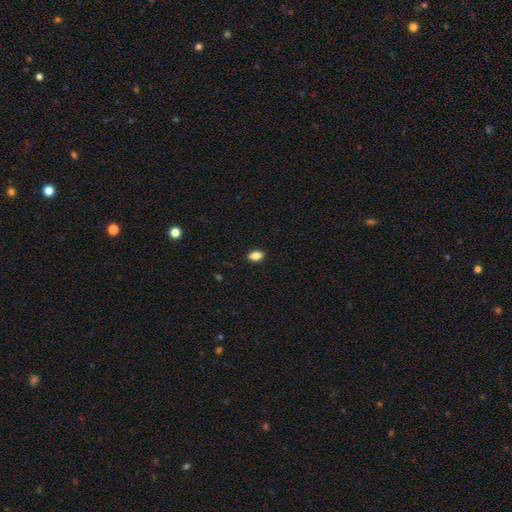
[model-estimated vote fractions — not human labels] Q: Smooth or featured?
A: smooth (84%); runner-up: star or artifact (9%)
Q: How rounded?
A: in between (86%); runner-up: round (11%)
Q: Merging?
A: none (89%); runner-up: minor disturbance (8%)